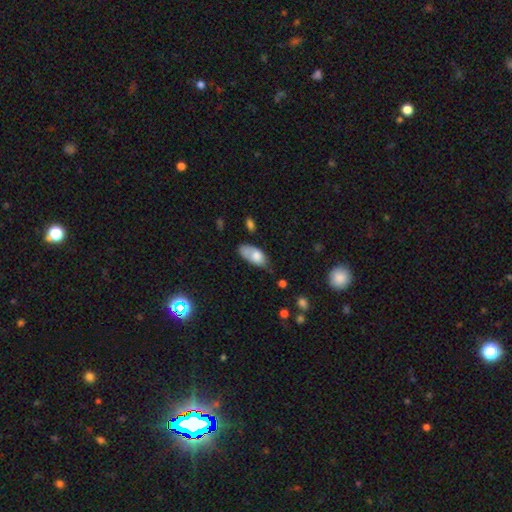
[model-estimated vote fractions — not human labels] Morphology: type=smooth (72%); roundness=in between (90%); merging=none (39%).